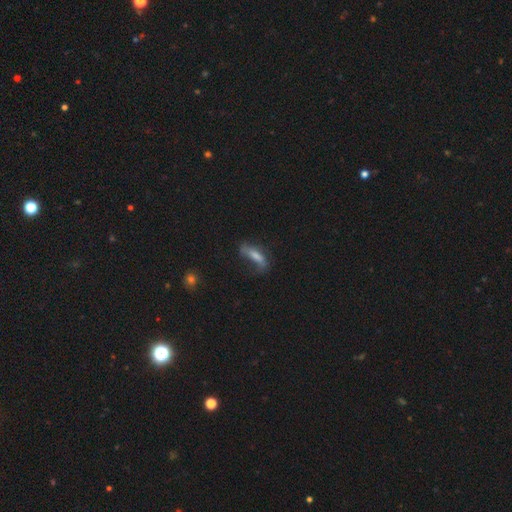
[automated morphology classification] Q: Smooth or featured?
A: smooth (53%); runner-up: featured or disk (34%)
Q: How rounded?
A: cigar-shaped (49%); runner-up: in between (47%)
Q: Merging?
A: none (45%); runner-up: minor disturbance (28%)